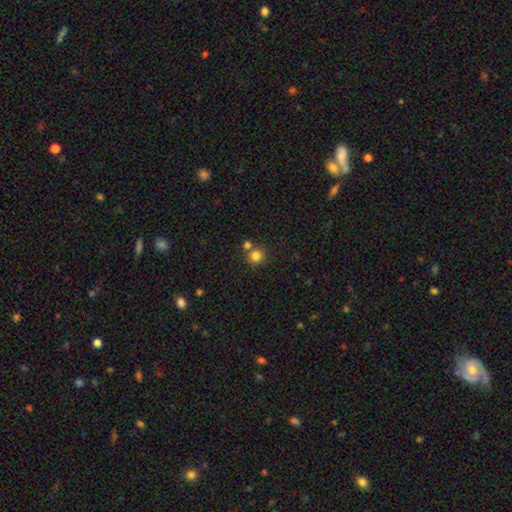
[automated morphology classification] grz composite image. It shows a smooth galaxy with no disk features (81%) that is round (93%). Merging: none (67%).